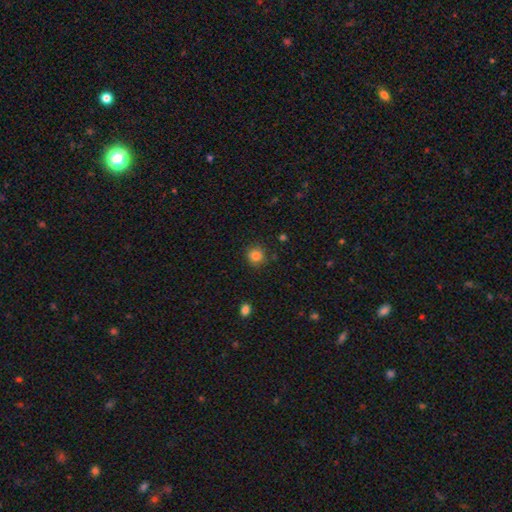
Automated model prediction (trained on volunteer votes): Smooth or featured?
  - smooth: 84% *
  - star or artifact: 11%
  - featured or disk: 5%
How rounded?
  - round: 90% *
  - in between: 9%
  - cigar-shaped: 1%
Merging?
  - none: 87% *
  - minor disturbance: 9%
  - major disturbance: 3%
  - merger: 2%